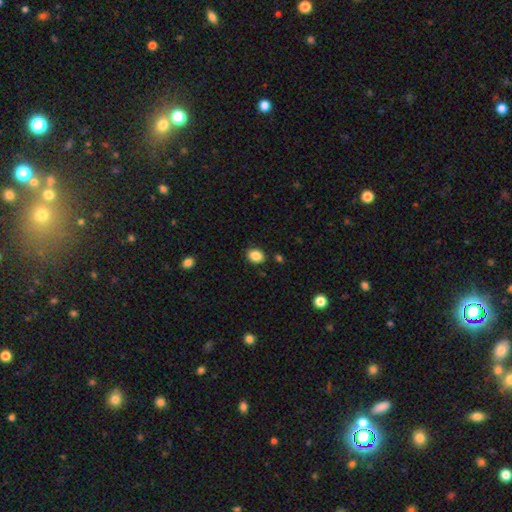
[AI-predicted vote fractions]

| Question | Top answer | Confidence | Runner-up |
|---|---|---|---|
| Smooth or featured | smooth | 87% | star or artifact (9%) |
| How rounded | in between | 60% | round (39%) |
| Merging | none | 87% | minor disturbance (9%) |